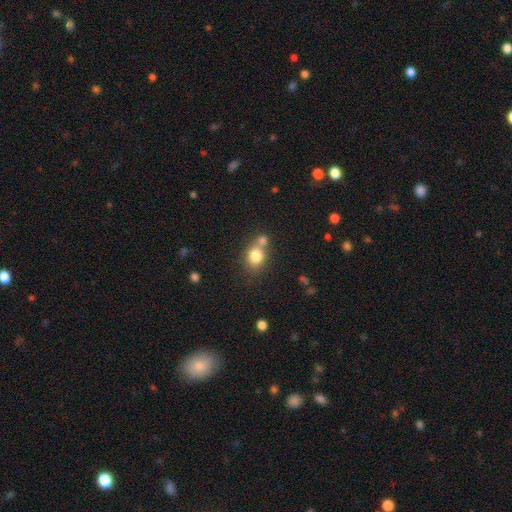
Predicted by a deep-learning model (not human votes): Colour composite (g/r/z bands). It shows a smooth galaxy with no disk features (79%) that is round (57%). Merging: none (47%).